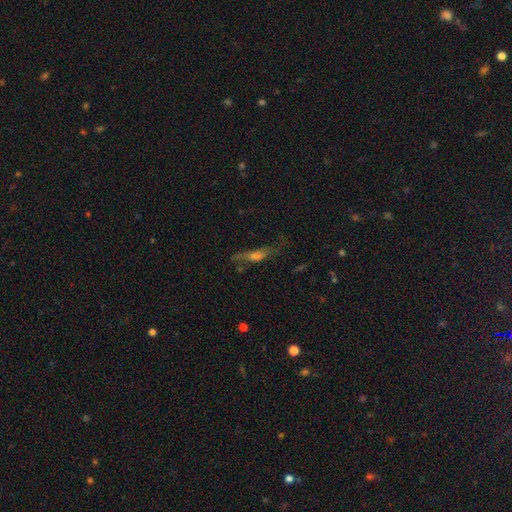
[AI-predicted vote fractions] Smooth or featured? Predicted: featured or disk (p=0.46). Merging? Predicted: none (p=0.55).